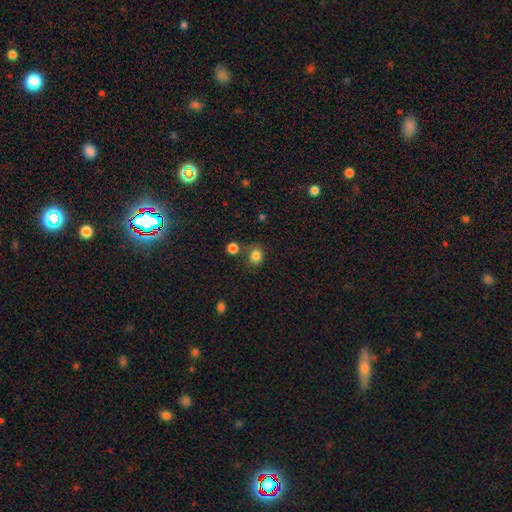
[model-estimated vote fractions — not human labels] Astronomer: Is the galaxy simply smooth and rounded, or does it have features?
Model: smooth — 82%.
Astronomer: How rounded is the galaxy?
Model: round — 73%.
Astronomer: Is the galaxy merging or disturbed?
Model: none — 67%.